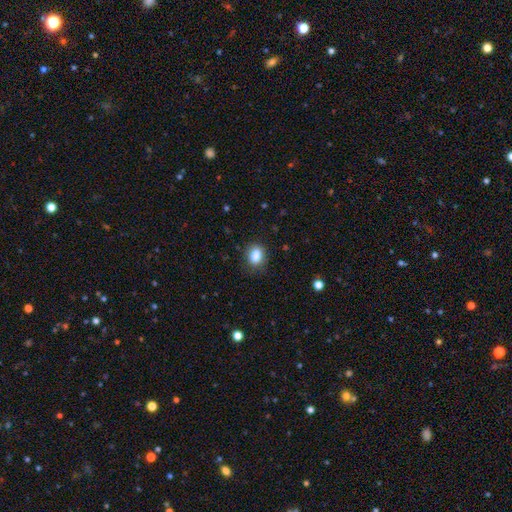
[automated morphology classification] This appears to be a smooth galaxy with no disk features (85%) that is in between round and cigar-shaped (64%). Merging: none (83%).